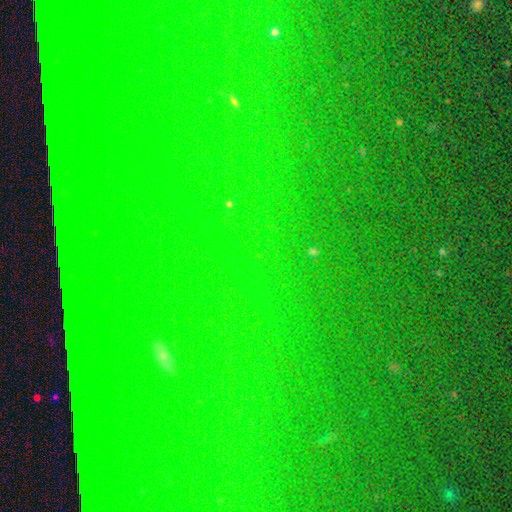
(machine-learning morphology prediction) Q: Smooth or featured?
A: star or artifact (79%); runner-up: smooth (12%)